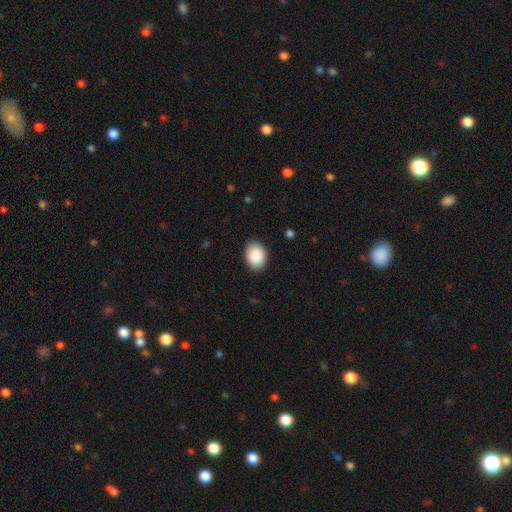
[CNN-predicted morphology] This appears to be a smooth galaxy with no disk features (90%) that is in between round and cigar-shaped (71%). Merging: none (89%).